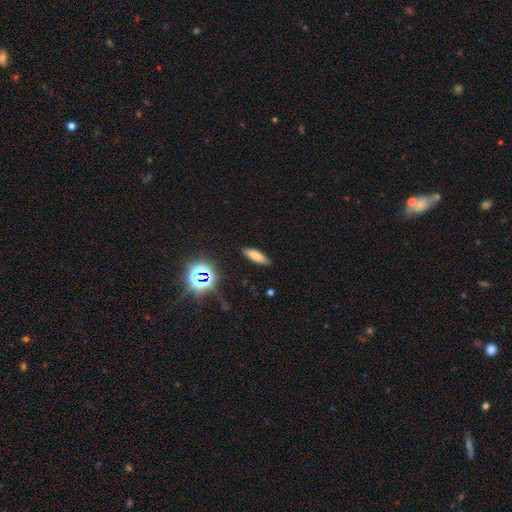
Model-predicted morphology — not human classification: type=smooth (74%); roundness=in between (52%); merging=none (87%).